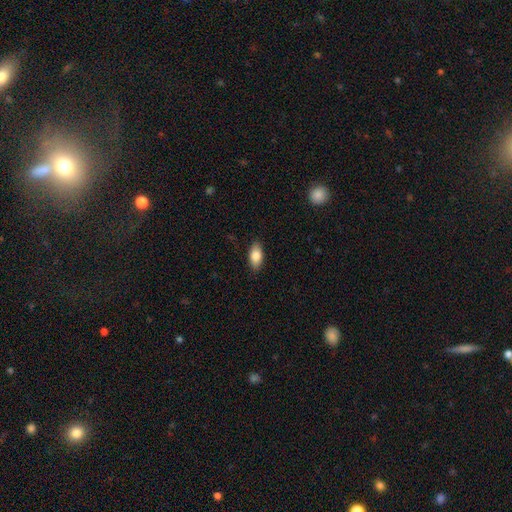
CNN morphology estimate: This appears to be a smooth galaxy with no disk features (84%) that is in between round and cigar-shaped (90%). Merging: none (88%).